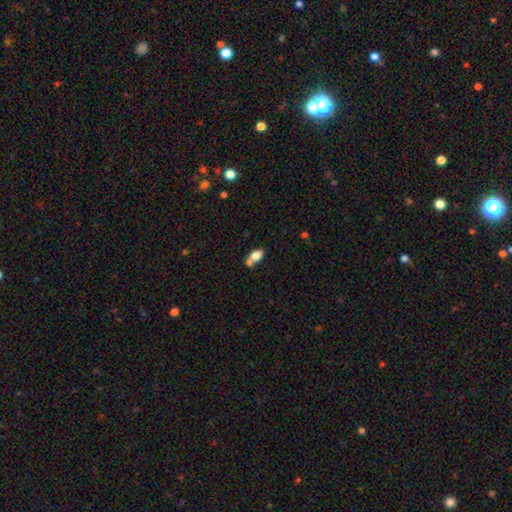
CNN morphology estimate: Smooth or featured?
  - smooth: 79% *
  - featured or disk: 12%
  - star or artifact: 9%
How rounded?
  - in between: 86% *
  - round: 11%
  - cigar-shaped: 3%
Merging?
  - merger: 43% *
  - none: 40%
  - minor disturbance: 13%
  - major disturbance: 5%